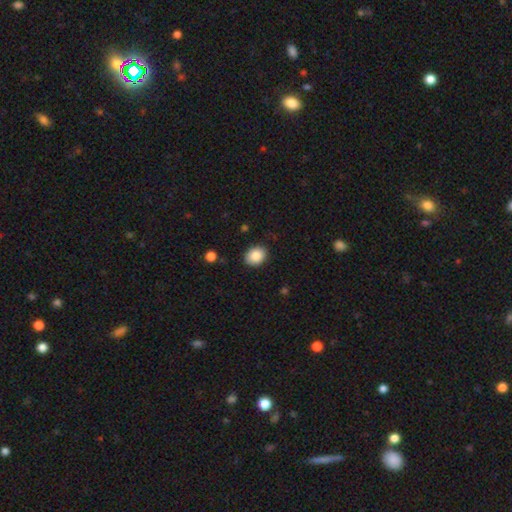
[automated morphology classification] A smooth galaxy with no disk features (87%) that is in between round and cigar-shaped (54%). Merging: none (88%).